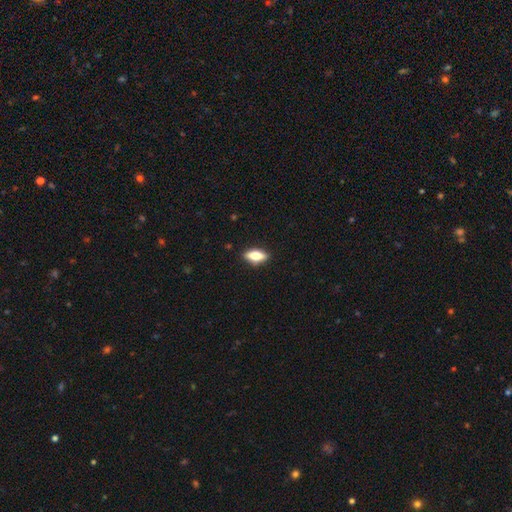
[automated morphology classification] Smooth or featured?
  - smooth: 66% *
  - featured or disk: 27%
  - star or artifact: 7%
How rounded?
  - in between: 77% *
  - cigar-shaped: 19%
  - round: 4%
Merging?
  - none: 88% *
  - minor disturbance: 9%
  - major disturbance: 2%
  - merger: 1%